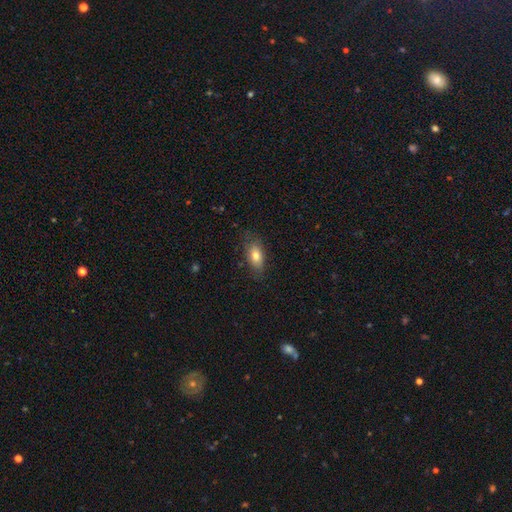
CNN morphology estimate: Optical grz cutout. It shows a smooth galaxy with no disk features (76%) that is in between round and cigar-shaped (86%). Merging: none (74%).